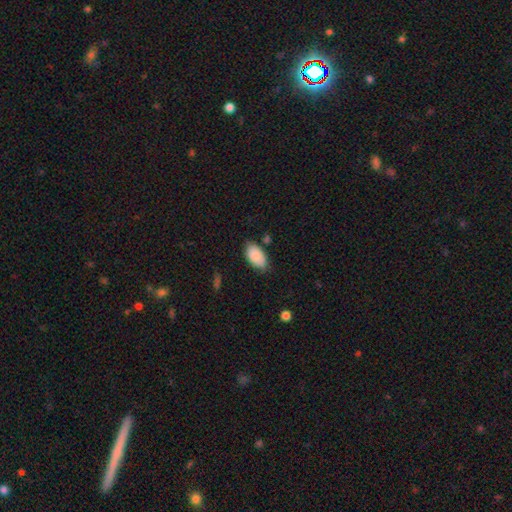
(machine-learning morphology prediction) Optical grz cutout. It shows a smooth galaxy with no disk features (88%) that is in between round and cigar-shaped (95%). Merging: none (73%).